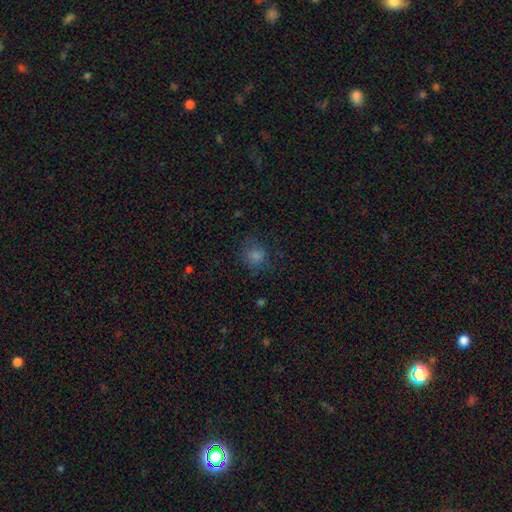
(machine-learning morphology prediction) Q: Smooth or featured?
A: smooth (78%); runner-up: star or artifact (15%)
Q: How rounded?
A: round (76%); runner-up: in between (23%)
Q: Merging?
A: none (72%); runner-up: minor disturbance (17%)